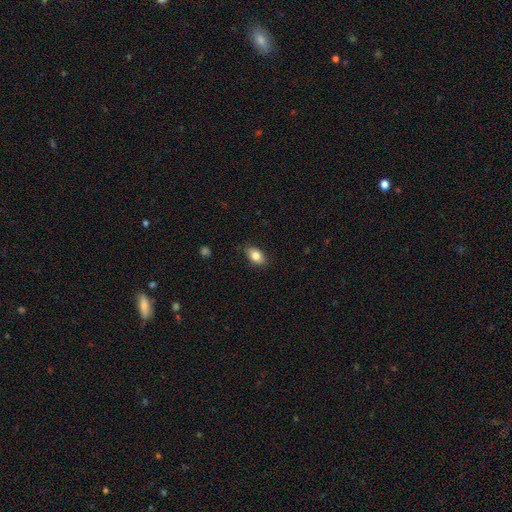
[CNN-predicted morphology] smooth 83%, featured or disk 10%, star or artifact 7%. Down the decision tree: how rounded — in between (89%); merging — none (84%).